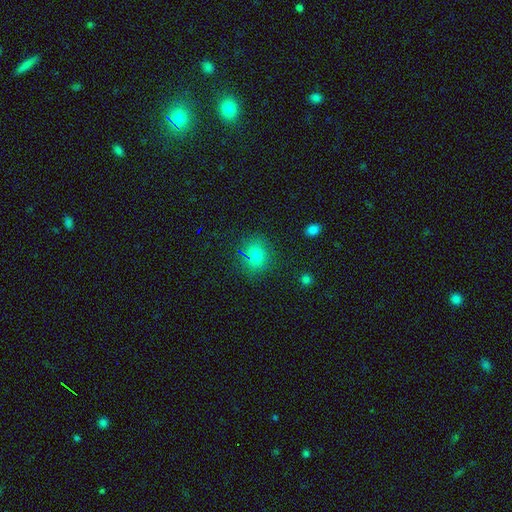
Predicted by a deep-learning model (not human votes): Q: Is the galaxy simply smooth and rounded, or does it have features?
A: smooth — 76%.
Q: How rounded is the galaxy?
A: round — 69%.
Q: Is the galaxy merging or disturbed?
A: none — 83%.